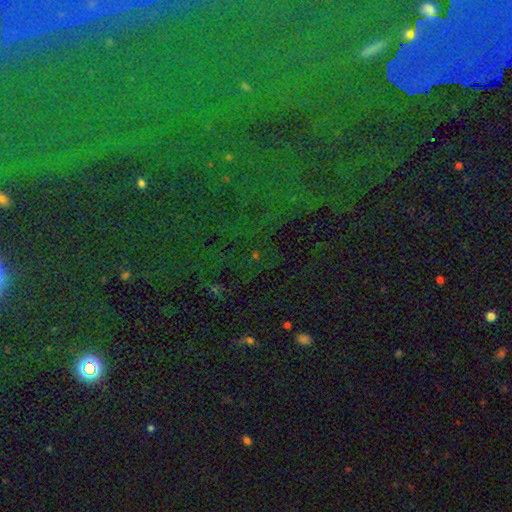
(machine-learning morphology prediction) Smooth or featured?
  - star or artifact: 75% *
  - smooth: 17%
  - featured or disk: 8%